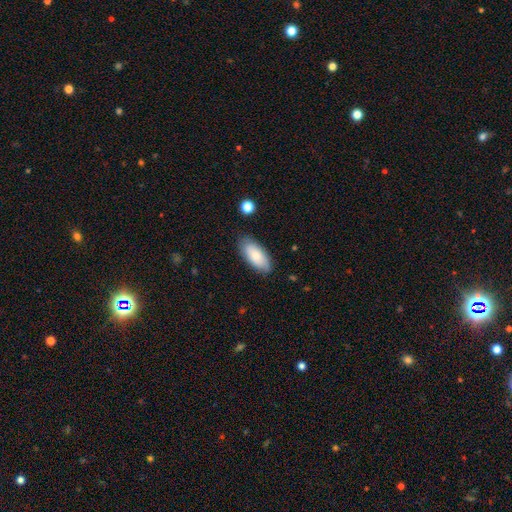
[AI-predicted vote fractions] smooth-or-featured: smooth: 80% | featured or disk: 14% | star or artifact: 6%
  how-rounded: in between: 89% | cigar-shaped: 9% | round: 2%
  merging: none: 82% | minor disturbance: 13% | major disturbance: 3% | merger: 2%